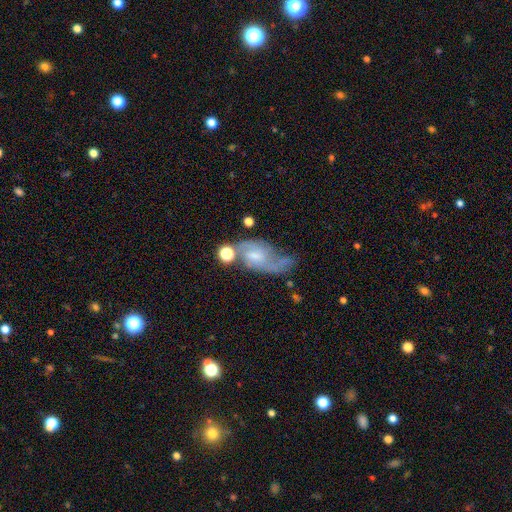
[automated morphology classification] This is likely a featured or disk galaxy (69%). It is clearly not viewed edge-on (95%). Bar: possibly no (48%). Spiral arm pattern: clearly yes (87%). Spiral arm count: likely 2 (78%). Spiral winding: marginally medium (44%). Central bulge: possibly small (53%). Merging: marginally none (42%).